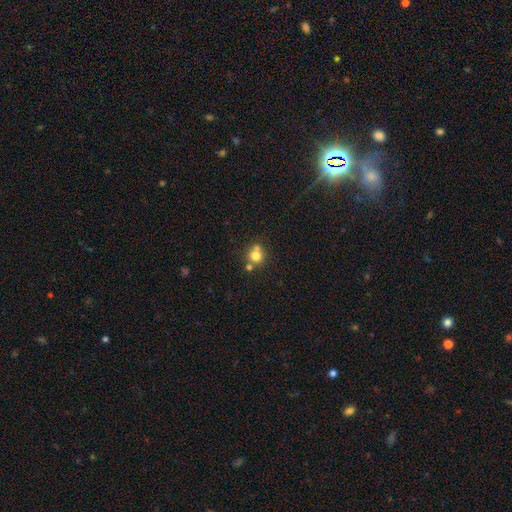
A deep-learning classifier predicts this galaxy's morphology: Q: Smooth or featured?
A: smooth (74%); runner-up: star or artifact (13%)
Q: How rounded?
A: round (87%); runner-up: in between (12%)
Q: Merging?
A: none (55%); runner-up: merger (33%)